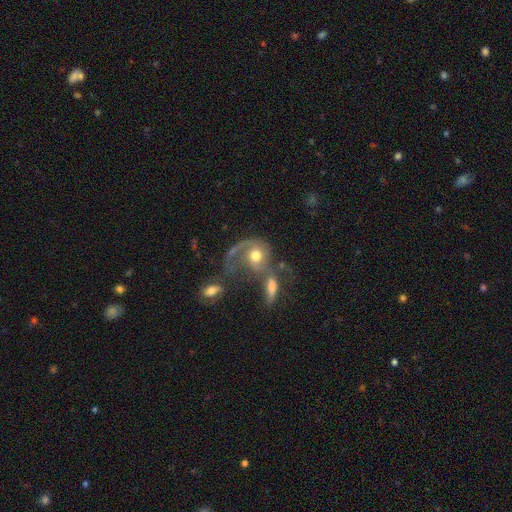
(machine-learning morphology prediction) smooth-or-featured: featured or disk: 64% | smooth: 28% | star or artifact: 8%
  disk-edge-on: no: 96% | yes: 4%
    bar: no: 75% | weak: 21% | strong: 5%
    has-spiral-arms: yes: 79% | no: 21%
    bulge-size: moderate: 67% | large: 19% | small: 10% | none: 2% | dominant: 2%
  merging: merger: 43% | major disturbance: 28% | none: 20% | minor disturbance: 10%